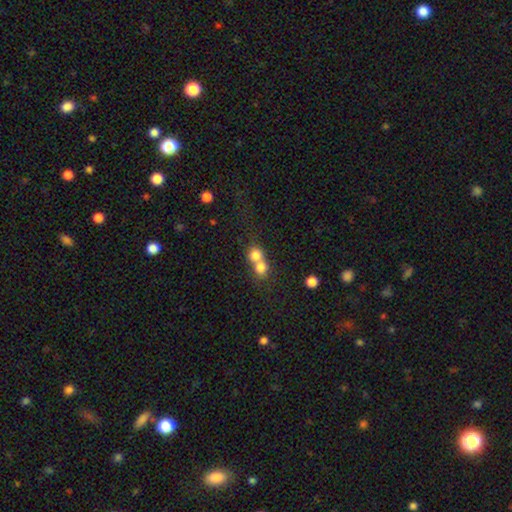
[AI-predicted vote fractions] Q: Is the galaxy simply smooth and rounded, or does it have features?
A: smooth — 77%.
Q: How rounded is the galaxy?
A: round — 81%.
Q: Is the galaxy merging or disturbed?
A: merger — 67%.